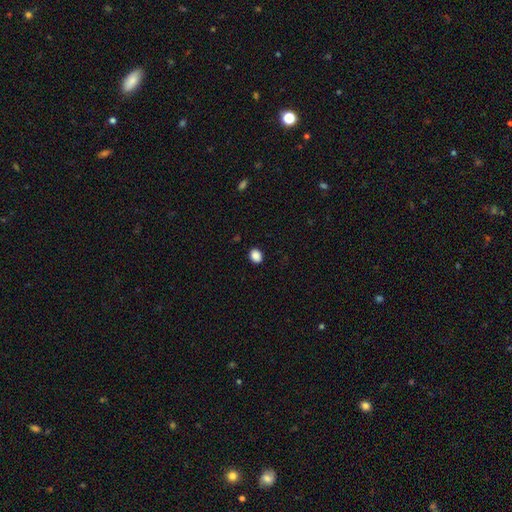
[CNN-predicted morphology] A smooth galaxy with no disk features (88%) that is in between round and cigar-shaped (54%). Merging: none (89%).